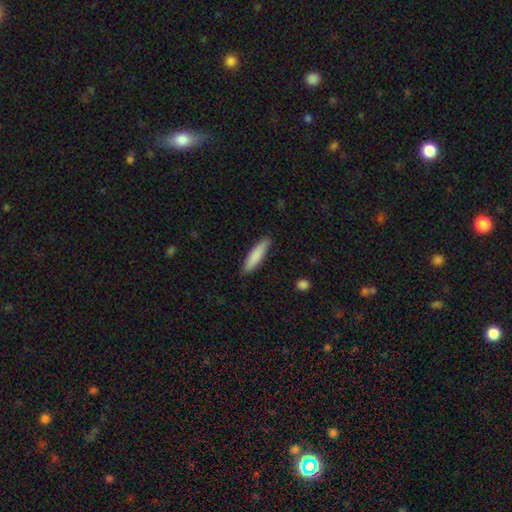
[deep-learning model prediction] smooth 85%, featured or disk 10%, star or artifact 5%. Down the decision tree: how rounded — cigar-shaped (78%); merging — none (88%).